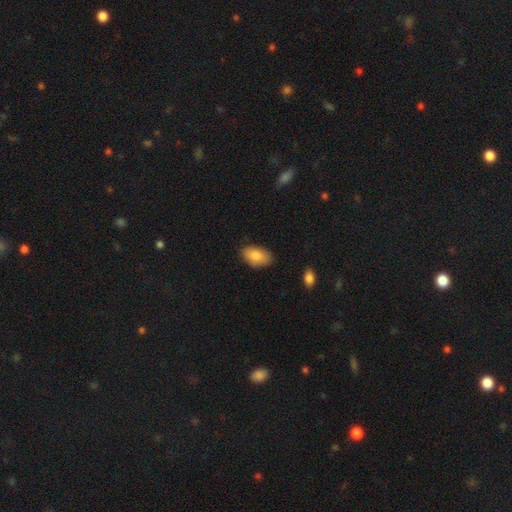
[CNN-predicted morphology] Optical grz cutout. It shows a smooth galaxy with no disk features (84%) that is in between round and cigar-shaped (93%). Merging: none (82%).